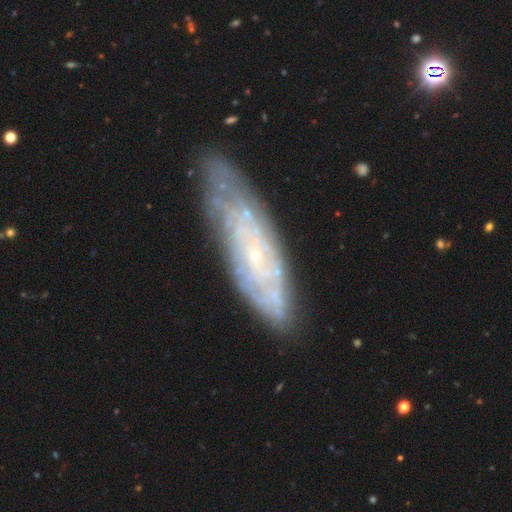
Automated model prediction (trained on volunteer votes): Smooth or featured? Predicted: featured or disk (p=0.77). Edge-on disk? Predicted: no (p=0.77). Bar? Predicted: no (p=0.73). Spiral arms? Predicted: yes (p=0.83). Bulge size? Predicted: small (p=0.82). Merging? Predicted: none (p=0.73).